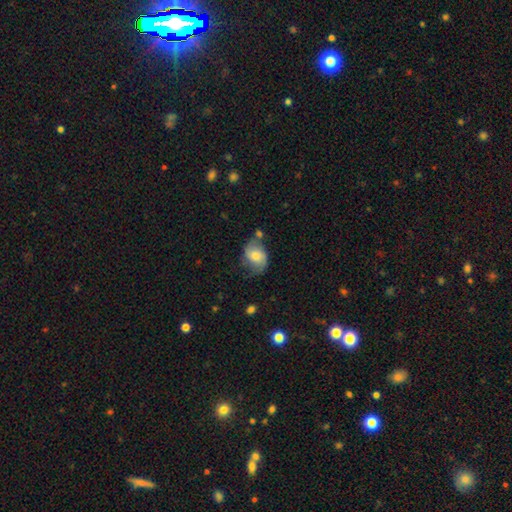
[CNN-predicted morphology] Smooth or featured? Predicted: smooth (p=0.50). Merging? Predicted: none (p=0.49).